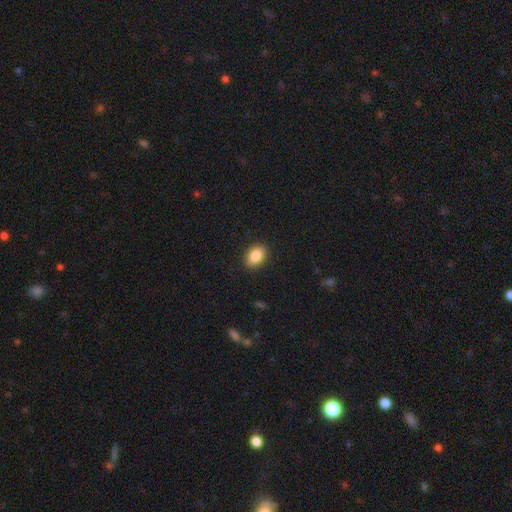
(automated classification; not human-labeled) Morphology: type=smooth (86%); roundness=in between (78%); merging=none (88%).